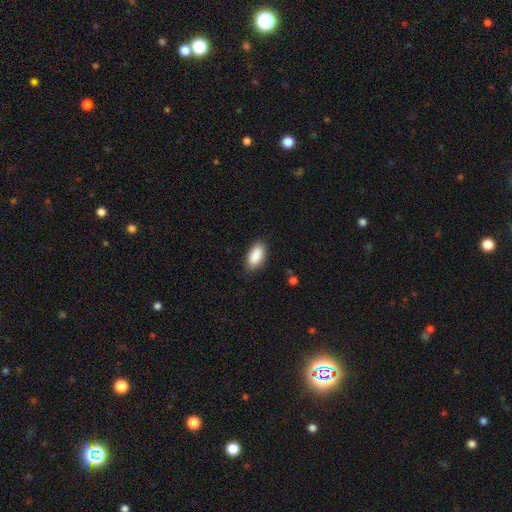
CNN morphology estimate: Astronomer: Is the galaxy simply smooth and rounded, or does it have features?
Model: smooth — 90%.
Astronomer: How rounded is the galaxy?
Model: in between — 92%.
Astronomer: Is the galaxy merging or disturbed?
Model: none — 84%.